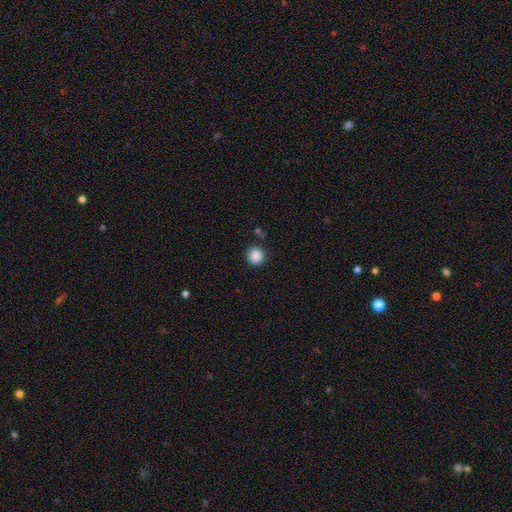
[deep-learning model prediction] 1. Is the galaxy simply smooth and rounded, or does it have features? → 88% smooth, 9% star or artifact, 3% featured or disk.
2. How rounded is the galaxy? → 93% round, 6% in between, 1% cigar-shaped.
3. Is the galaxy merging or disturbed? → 87% none, 8% minor disturbance, 3% merger, 2% major disturbance.